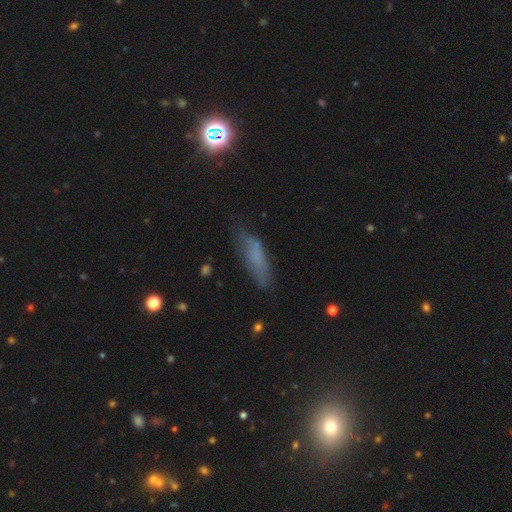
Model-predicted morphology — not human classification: smooth 62%, featured or disk 25%, star or artifact 13%. Down the decision tree: how rounded — cigar-shaped (51%); merging — none (66%).